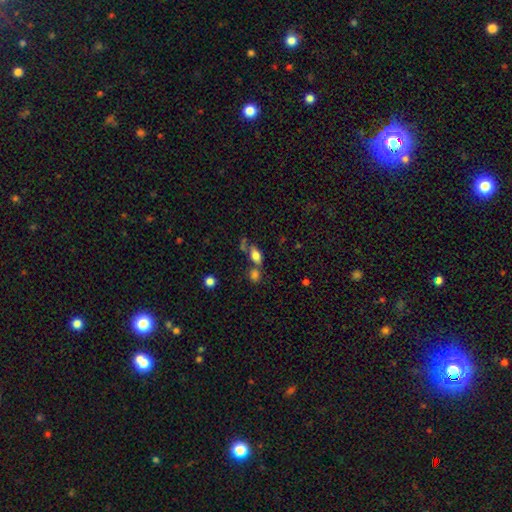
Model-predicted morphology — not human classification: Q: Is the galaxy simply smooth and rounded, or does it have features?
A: smooth — 70%.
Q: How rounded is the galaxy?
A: in between — 80%.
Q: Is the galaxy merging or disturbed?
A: none — 42%.